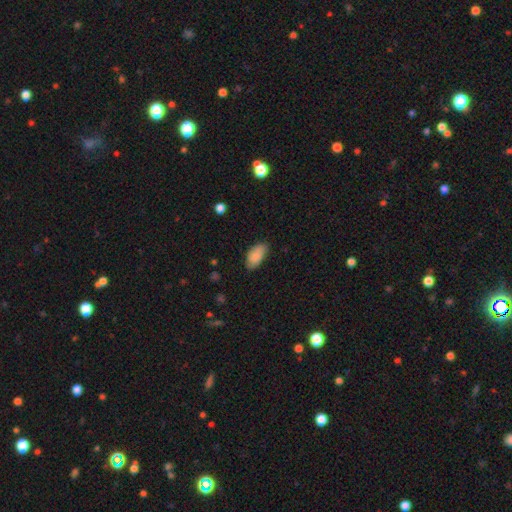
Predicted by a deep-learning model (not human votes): Morphology: type=smooth (86%); roundness=in between (93%); merging=none (73%).